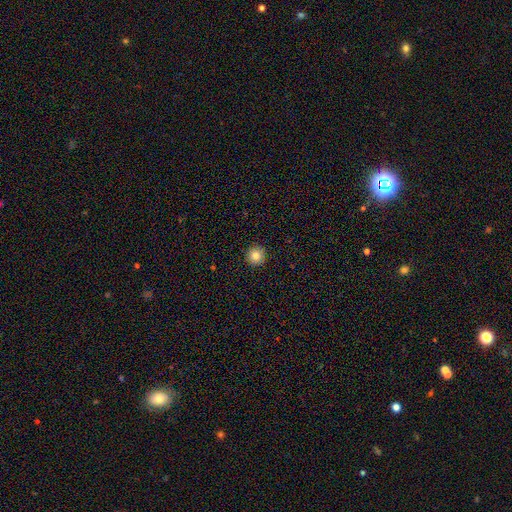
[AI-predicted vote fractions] A smooth galaxy with no disk features (83%) that is round (96%).

Vote fractions:
- Smooth or featured? smooth: 83% / star or artifact: 10% / featured or disk: 7%
- How rounded? round: 96% / in between: 3% / cigar-shaped: 1%
- Merging? none: 93% / minor disturbance: 4% / major disturbance: 1% / merger: 1%